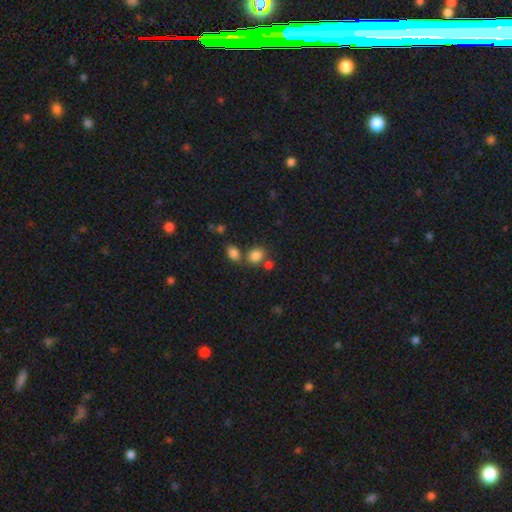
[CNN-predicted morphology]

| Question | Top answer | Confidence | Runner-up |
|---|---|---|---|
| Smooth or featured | smooth | 82% | star or artifact (11%) |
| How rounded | round | 55% | in between (44%) |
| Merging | none | 59% | merger (26%) |